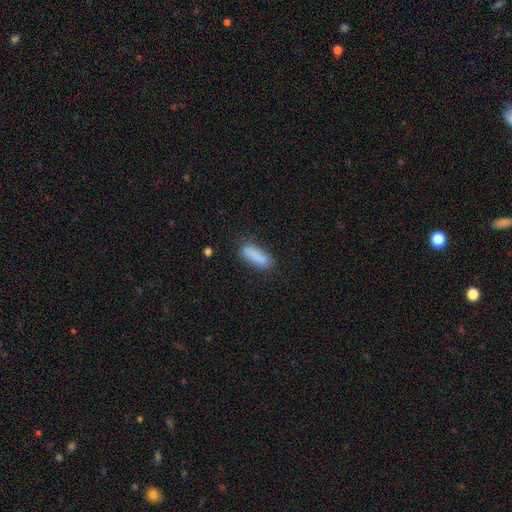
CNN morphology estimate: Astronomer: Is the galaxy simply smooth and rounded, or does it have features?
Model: smooth — 87%.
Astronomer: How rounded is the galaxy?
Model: in between — 50% (runner-up: cigar-shaped, 48%).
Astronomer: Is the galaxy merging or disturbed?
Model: none — 79%.